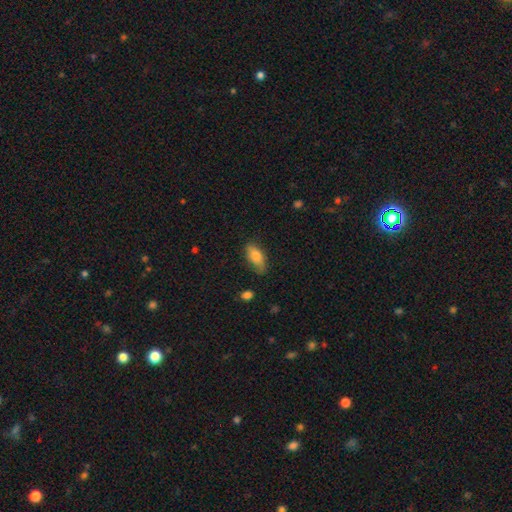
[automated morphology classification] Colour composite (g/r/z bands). It shows a smooth galaxy with no disk features (81%) that is in between round and cigar-shaped (84%). Merging: none (73%).